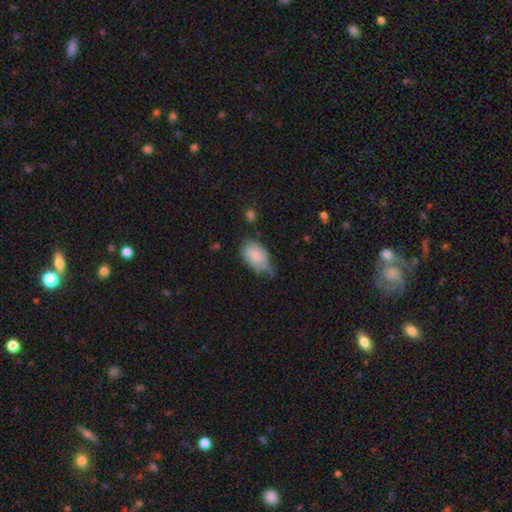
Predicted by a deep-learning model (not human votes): A smooth galaxy with no disk features (78%) that is in between round and cigar-shaped (91%). Merging: minor disturbance (43%).